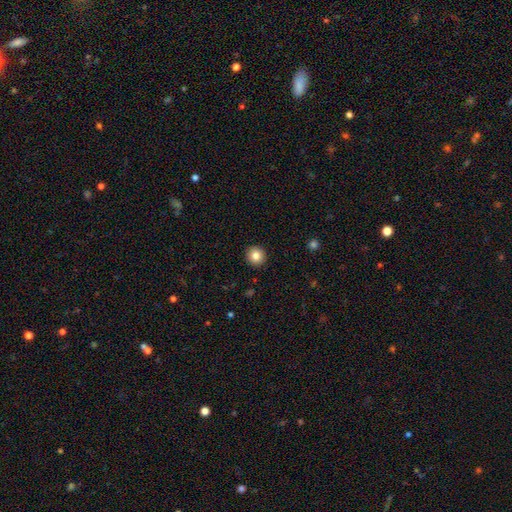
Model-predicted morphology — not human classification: The model was most divided on "smooth or featured": smooth: 83%, star or artifact: 10%, featured or disk: 7%. More confident: how rounded — round (93%); merging — none (93%).